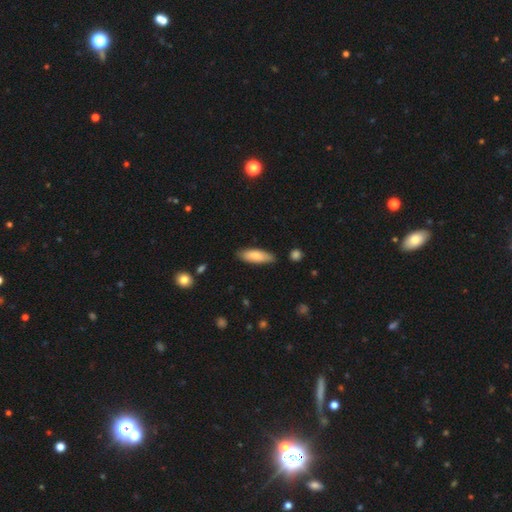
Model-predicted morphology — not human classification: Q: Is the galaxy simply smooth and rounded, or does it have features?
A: smooth — 81%.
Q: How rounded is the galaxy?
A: in between — 57%.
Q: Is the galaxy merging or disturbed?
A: none — 81%.